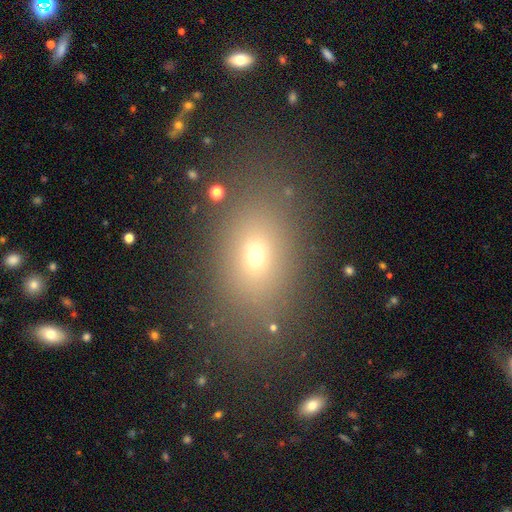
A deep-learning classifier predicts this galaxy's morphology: Overall: smooth (64%). How rounded: in between (75%). Merging: none (84%).